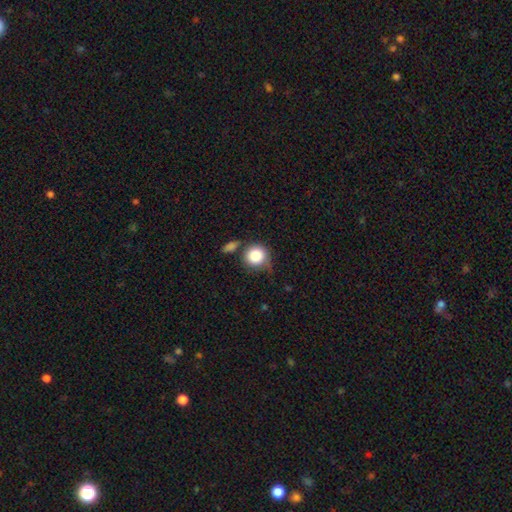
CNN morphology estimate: This appears to be a smooth galaxy with no disk features (83%) that is round (90%). Merging: none (54%).